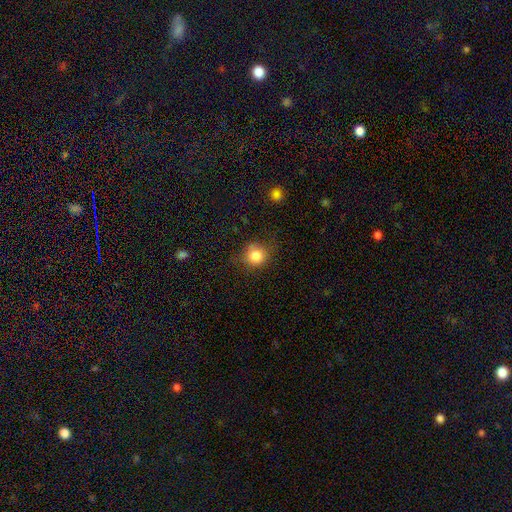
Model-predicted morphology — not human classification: type=smooth (82%); roundness=round (86%); merging=none (71%).